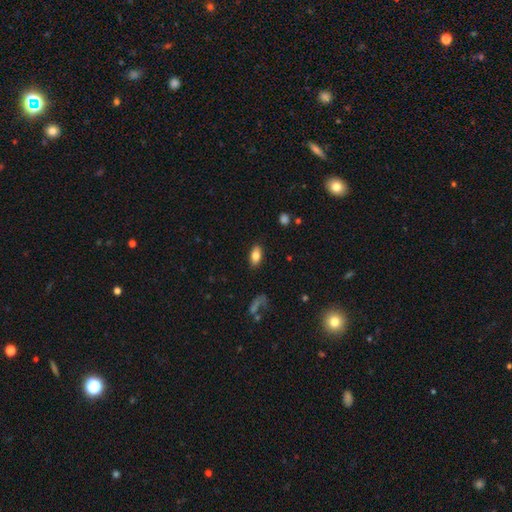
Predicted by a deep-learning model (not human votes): This appears to be a smooth galaxy with no disk features (81%) that is in between round and cigar-shaped (90%). Merging: none (87%).